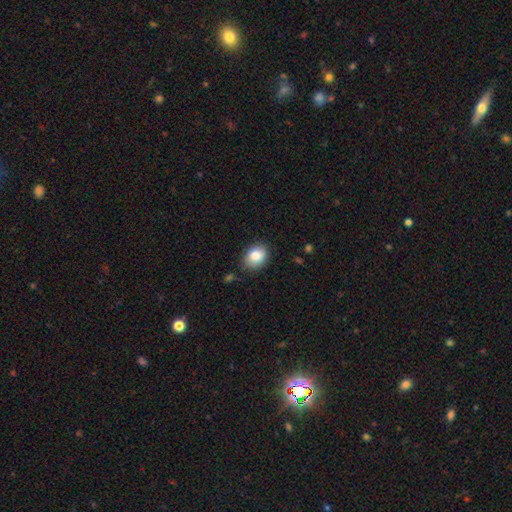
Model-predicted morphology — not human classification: Smooth or featured? smooth (85%)
How rounded? in between (63%)
Merging? none (78%)